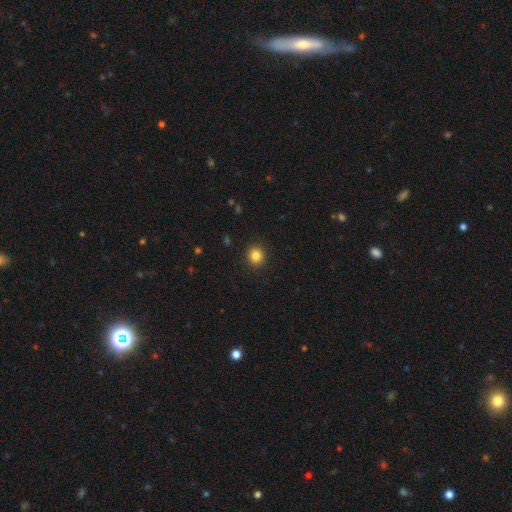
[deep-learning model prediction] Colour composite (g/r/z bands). It shows a smooth galaxy with no disk features (85%) that is round (89%). Merging: none (92%).